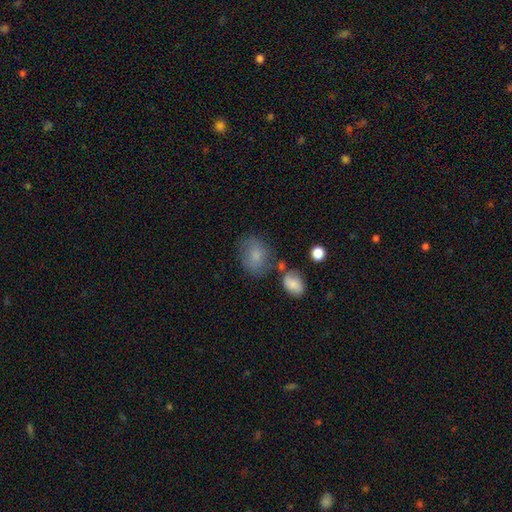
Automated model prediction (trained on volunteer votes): Morphology: type=smooth (77%); roundness=in between (64%); merging=none (60%).